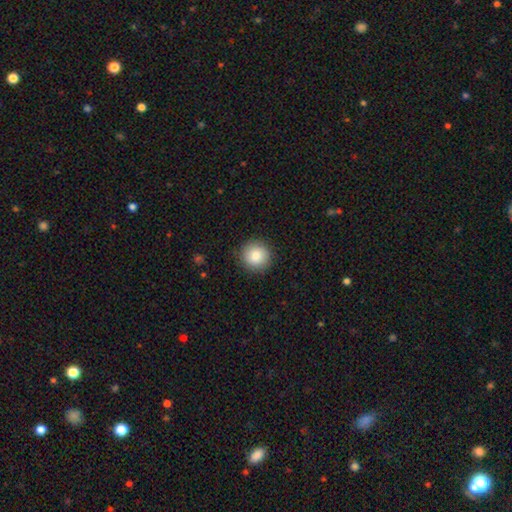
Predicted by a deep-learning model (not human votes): smooth 82%, featured or disk 9%, star or artifact 9%. Down the decision tree: how rounded — round (95%); merging — none (91%).